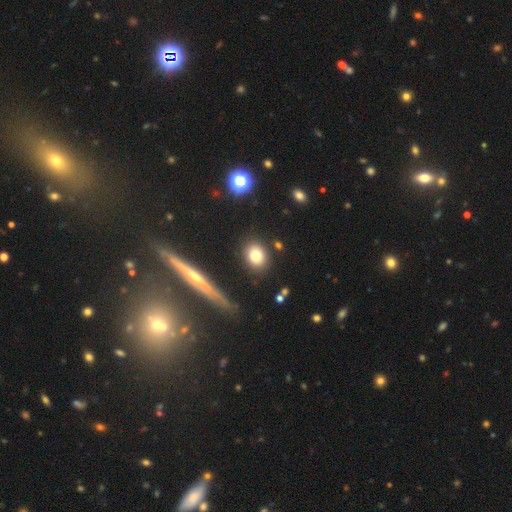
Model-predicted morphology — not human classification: smooth_or_featured: smooth (p=0.78) [alt: featured or disk p=0.11]
how_rounded: round (p=0.57) [alt: in between p=0.40]
merging: none (p=0.86) [alt: minor disturbance p=0.08]